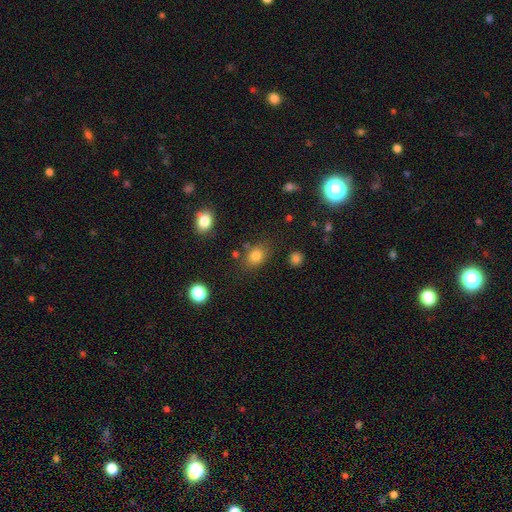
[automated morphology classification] type=smooth (81%); roundness=in between (61%); merging=none (74%).